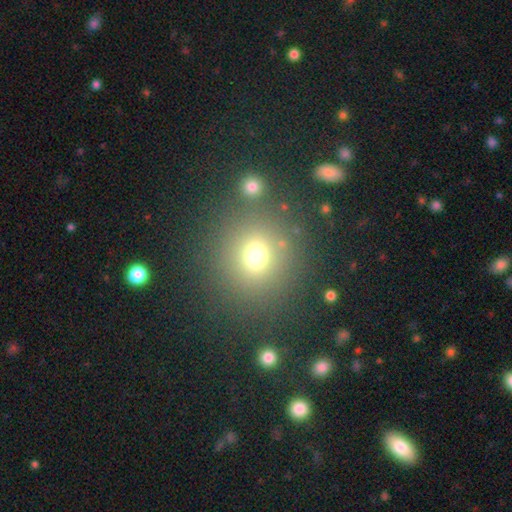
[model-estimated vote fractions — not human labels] Overall: smooth (70%). How rounded: round (85%). Merging: none (77%).